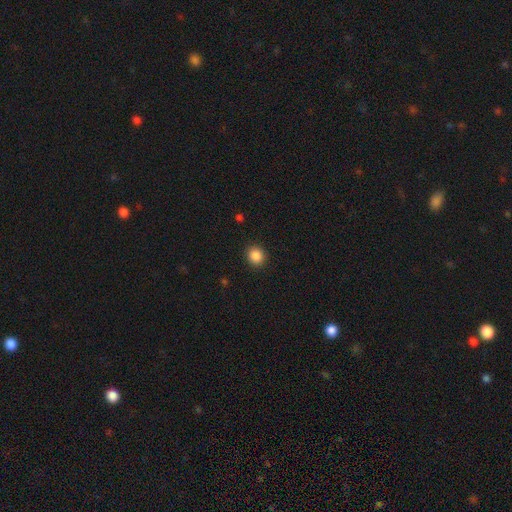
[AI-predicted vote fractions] Q: Smooth or featured?
A: smooth (87%); runner-up: star or artifact (10%)
Q: How rounded?
A: round (86%); runner-up: in between (13%)
Q: Merging?
A: none (91%); runner-up: minor disturbance (6%)